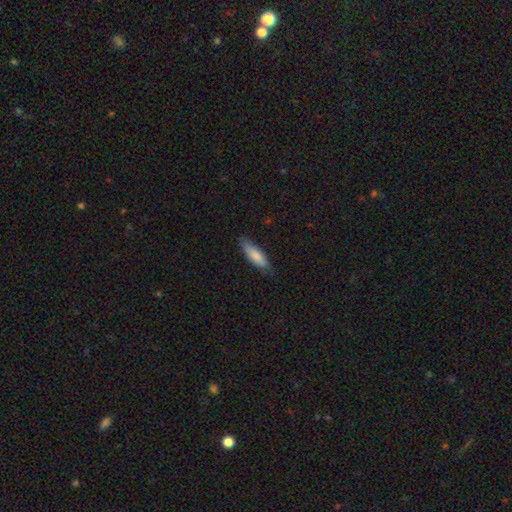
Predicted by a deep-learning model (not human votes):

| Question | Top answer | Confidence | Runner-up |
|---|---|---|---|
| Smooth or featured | smooth | 82% | featured or disk (12%) |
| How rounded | in between | 51% | cigar-shaped (48%) |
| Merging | none | 79% | minor disturbance (17%) |